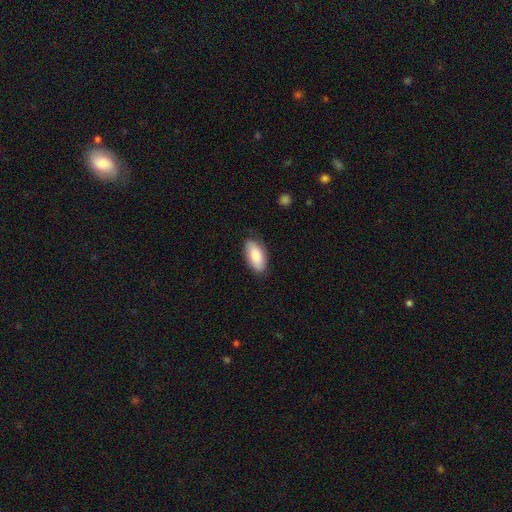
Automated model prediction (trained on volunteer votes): A smooth galaxy with no disk features (84%) that is in between round and cigar-shaped (93%).

Vote fractions:
- Smooth or featured? smooth: 84% / featured or disk: 10% / star or artifact: 6%
- How rounded? in between: 93% / cigar-shaped: 5% / round: 2%
- Merging? none: 84% / minor disturbance: 13% / major disturbance: 3% / merger: 1%